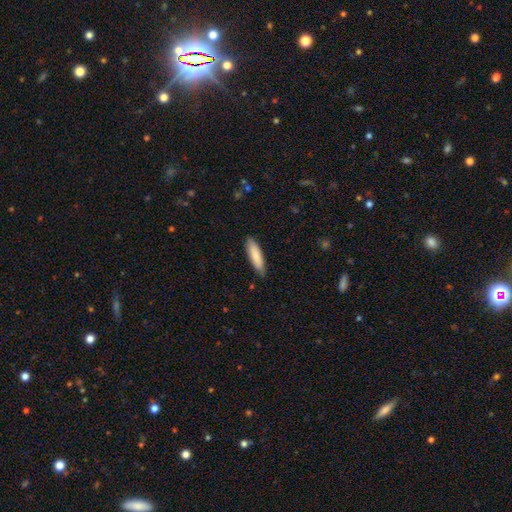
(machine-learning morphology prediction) A smooth galaxy with no disk features (84%) that is cigar-shaped (67%). Merging: none (84%).